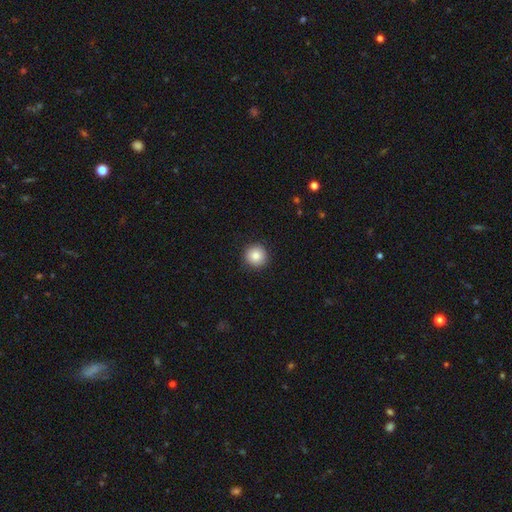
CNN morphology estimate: Smooth or featured: smooth — 86% (star or artifact — 9%)
How rounded: round — 95% (in between — 4%)
Merging: none — 92% (minor disturbance — 5%)